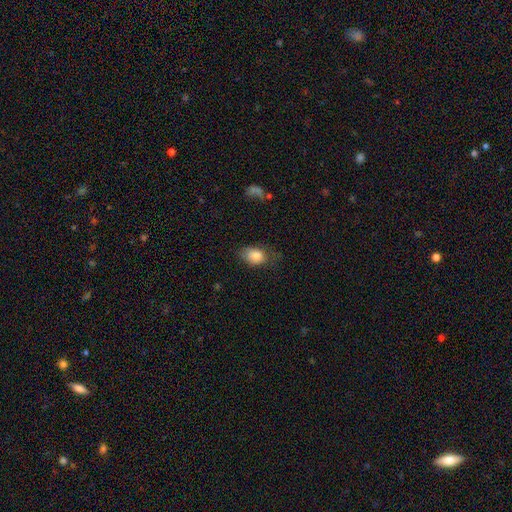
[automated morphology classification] Smooth or featured?
  - smooth: 83% *
  - featured or disk: 9%
  - star or artifact: 8%
How rounded?
  - in between: 73% *
  - round: 25%
  - cigar-shaped: 1%
Merging?
  - none: 56% *
  - minor disturbance: 29%
  - major disturbance: 12%
  - merger: 2%